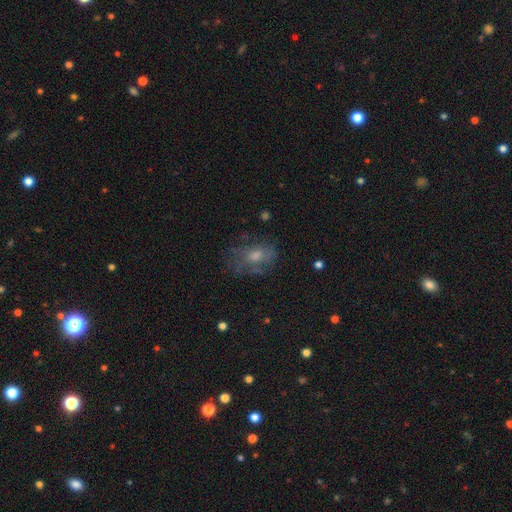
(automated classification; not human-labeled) Smooth or featured?
  - featured or disk: 44% *
  - smooth: 38%
  - star or artifact: 18%
Merging?
  - none: 59% *
  - minor disturbance: 21%
  - major disturbance: 17%
  - merger: 2%